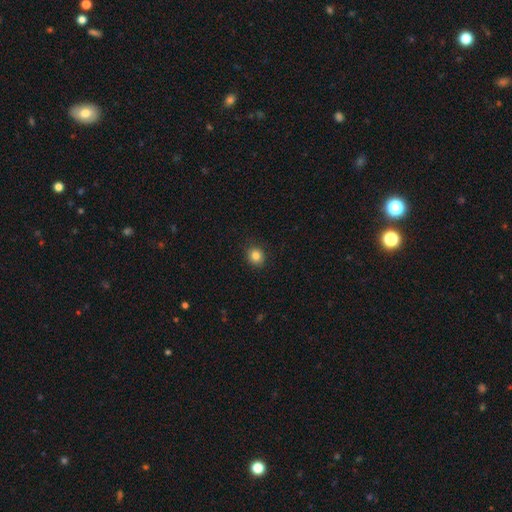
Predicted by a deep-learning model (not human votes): Q: Smooth or featured?
A: smooth (84%); runner-up: star or artifact (11%)
Q: How rounded?
A: round (78%); runner-up: in between (21%)
Q: Merging?
A: none (90%); runner-up: minor disturbance (7%)